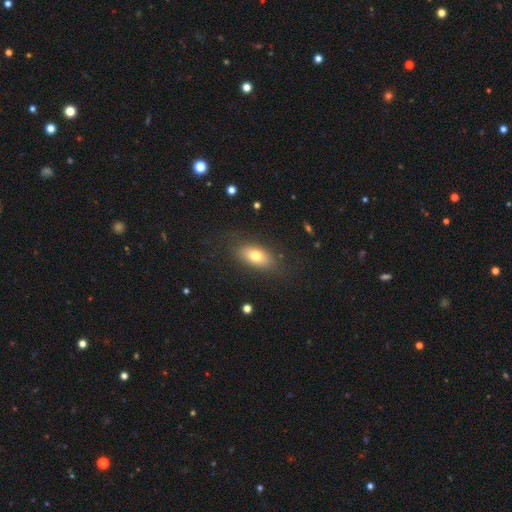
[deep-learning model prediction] smooth 74%, featured or disk 18%, star or artifact 9%. Down the decision tree: how rounded — in between (86%); merging — none (80%).